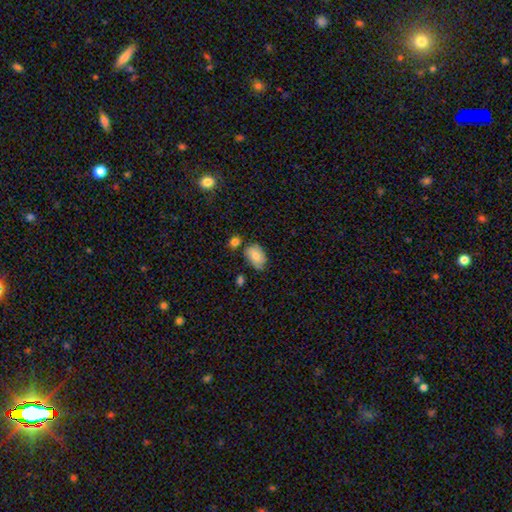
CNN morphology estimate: This appears to be a smooth galaxy with no disk features (78%) that is in between round and cigar-shaped (84%). Merging: none (62%).